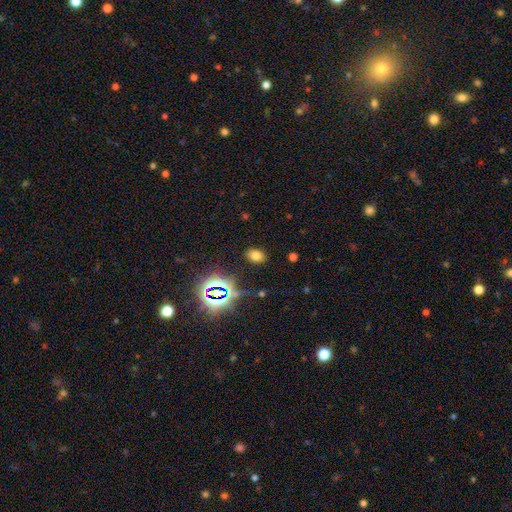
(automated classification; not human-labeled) Smooth or featured? smooth (68%)
How rounded? in between (75%)
Merging? none (86%)